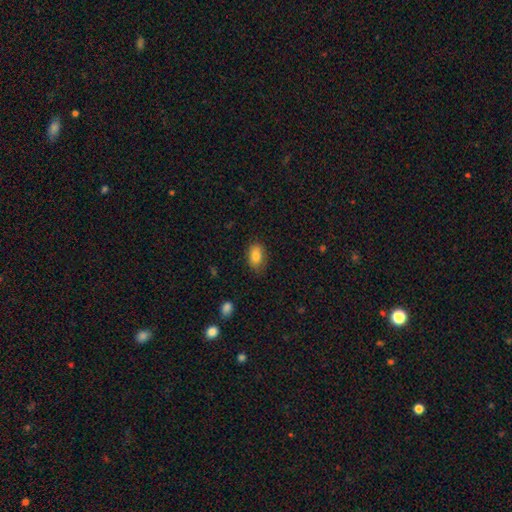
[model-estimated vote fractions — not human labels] Smooth or featured?
  - smooth: 83% *
  - featured or disk: 9%
  - star or artifact: 8%
How rounded?
  - in between: 88% *
  - round: 10%
  - cigar-shaped: 2%
Merging?
  - none: 77% *
  - minor disturbance: 18%
  - major disturbance: 3%
  - merger: 1%